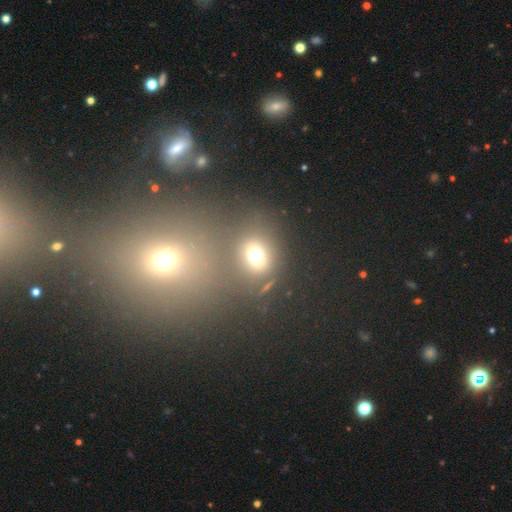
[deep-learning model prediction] Smooth or featured? Predicted: smooth (p=0.64). How rounded? Predicted: round (p=0.63). Merging? Predicted: none (p=0.74).